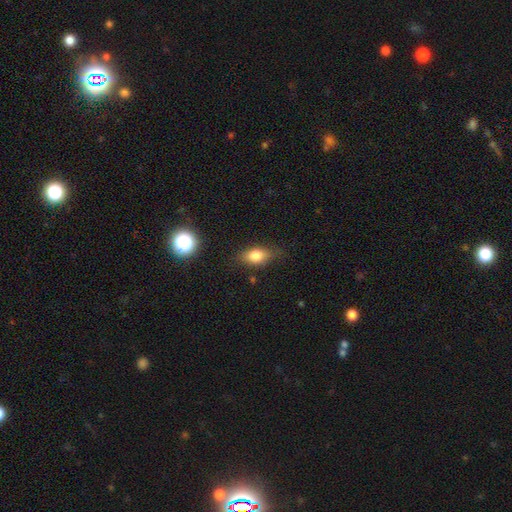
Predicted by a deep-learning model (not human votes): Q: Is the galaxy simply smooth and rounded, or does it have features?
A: smooth — 77%.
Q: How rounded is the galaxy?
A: in between — 80%.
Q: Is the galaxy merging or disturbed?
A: none — 76%.